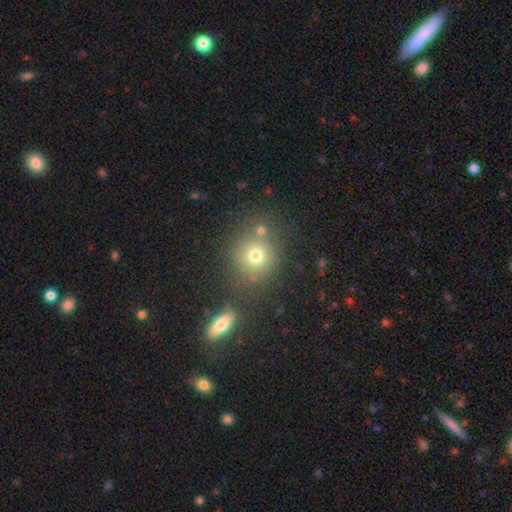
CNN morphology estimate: This is likely a smooth galaxy (72%). How rounded: clearly round (86%). Merging: likely none (67%).